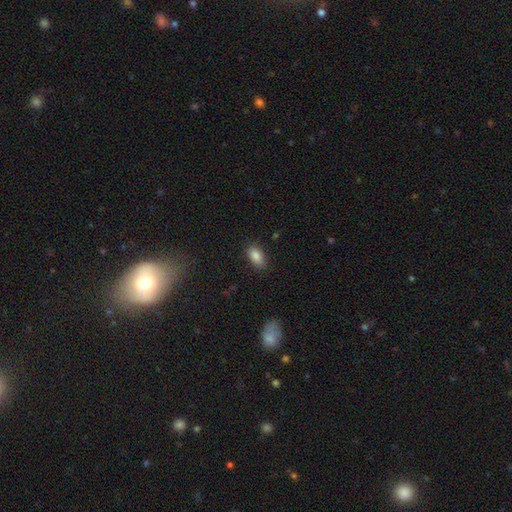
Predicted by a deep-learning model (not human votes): smooth-or-featured: smooth: 87% | star or artifact: 8% | featured or disk: 5%
  how-rounded: in between: 92% | round: 5% | cigar-shaped: 3%
  merging: none: 85% | minor disturbance: 11% | major disturbance: 3% | merger: 1%